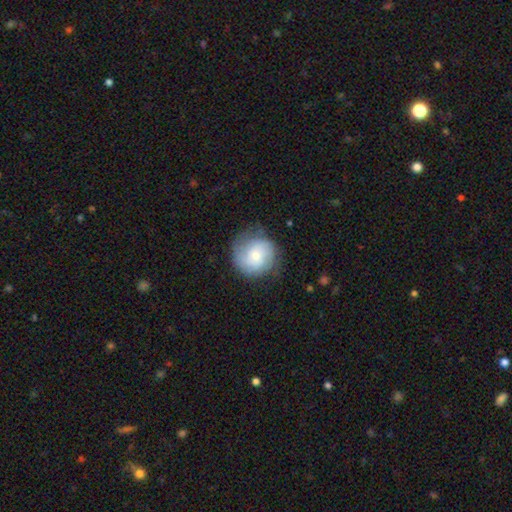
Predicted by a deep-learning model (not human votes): smooth-or-featured: smooth: 47% | featured or disk: 46% | star or artifact: 7%
  merging: none: 69% | minor disturbance: 21% | major disturbance: 8% | merger: 1%